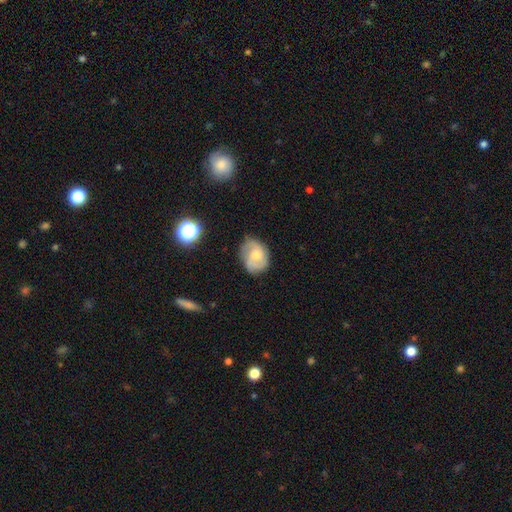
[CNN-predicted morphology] featured or disk 57%, smooth 35%, star or artifact 8%. Down the decision tree: edge-on disk — no (97%); bar — no (67%); spiral arms — yes (88%); bulge size — small (47%); merging — none (66%).